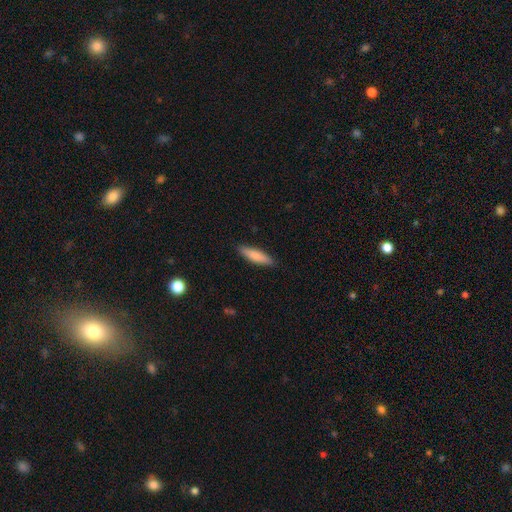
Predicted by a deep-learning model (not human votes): Smooth or featured? smooth (82%)
How rounded? cigar-shaped (74%)
Merging? none (89%)